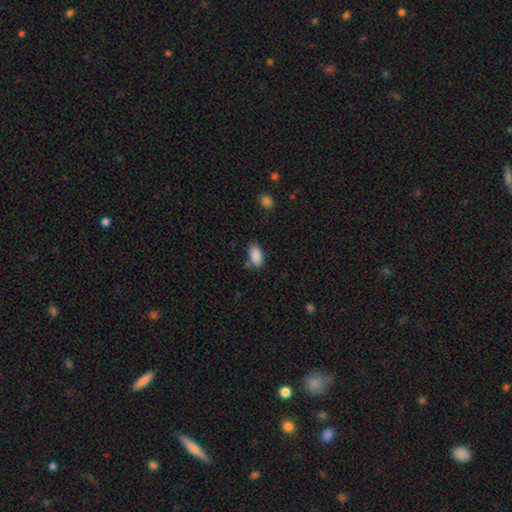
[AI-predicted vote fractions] smooth 89%, star or artifact 7%, featured or disk 4%. Down the decision tree: how rounded — in between (93%); merging — none (74%).